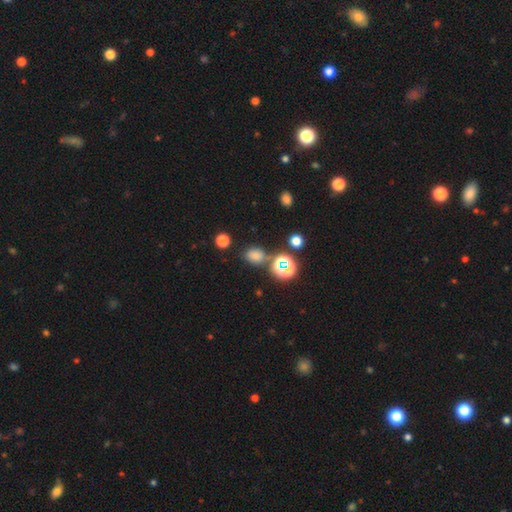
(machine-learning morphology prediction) Smooth or featured: smooth — 68% (star or artifact — 25%)
How rounded: in between — 55% (round — 43%)
Merging: none — 71% (minor disturbance — 14%)